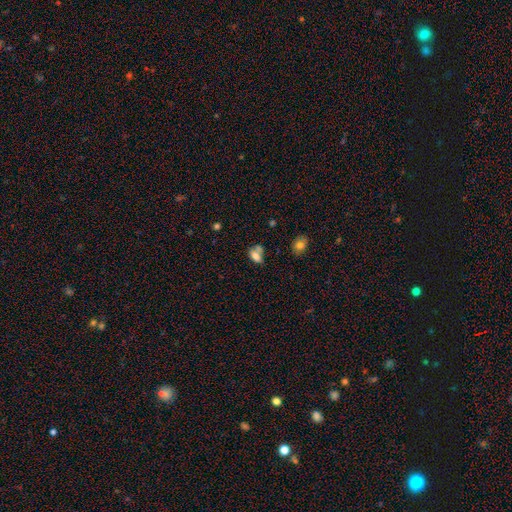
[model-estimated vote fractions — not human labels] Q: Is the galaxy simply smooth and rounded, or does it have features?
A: smooth — 75%.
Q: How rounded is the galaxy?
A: in between — 81%.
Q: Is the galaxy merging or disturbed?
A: none — 38%.